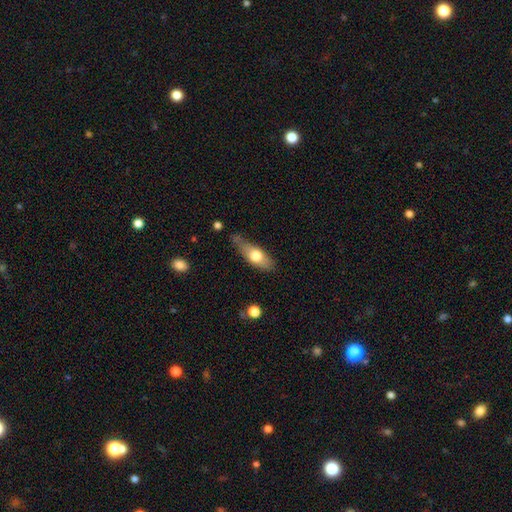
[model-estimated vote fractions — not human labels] smooth_or_featured: smooth (p=0.62) [alt: featured or disk p=0.32]
how_rounded: in between (p=0.61) [alt: cigar-shaped p=0.35]
merging: none (p=0.60) [alt: minor disturbance p=0.28]